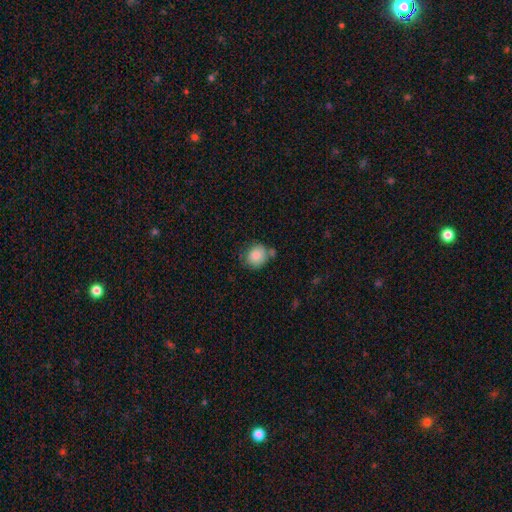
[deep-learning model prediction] Smooth or featured?
  - smooth: 84% *
  - star or artifact: 8%
  - featured or disk: 8%
How rounded?
  - round: 77% *
  - in between: 22%
  - cigar-shaped: 1%
Merging?
  - none: 61% *
  - minor disturbance: 21%
  - merger: 13%
  - major disturbance: 6%